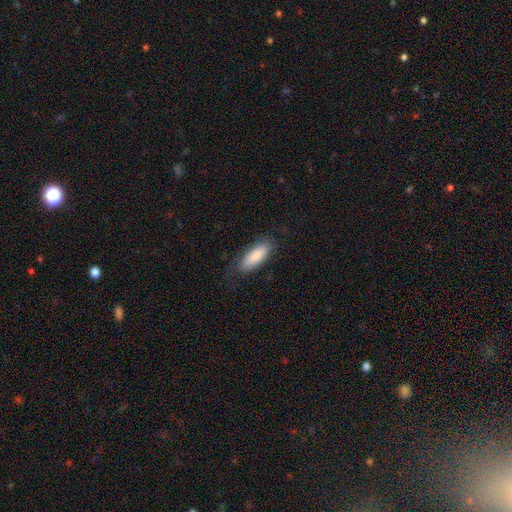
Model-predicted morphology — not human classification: Smooth or featured? Predicted: smooth (p=0.85). How rounded? Predicted: in between (p=0.71). Merging? Predicted: none (p=0.78).